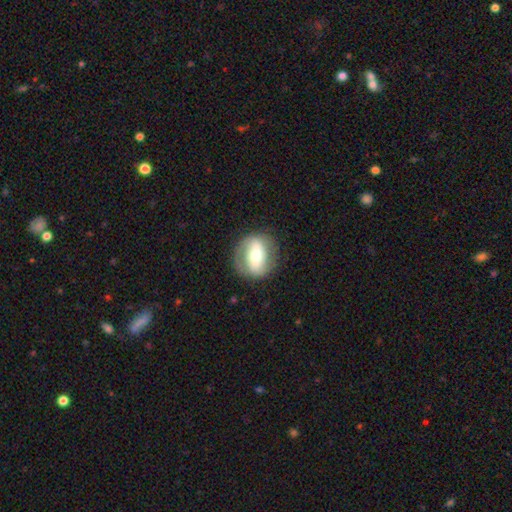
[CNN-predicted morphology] Smooth or featured? Predicted: featured or disk (p=0.56). Edge-on disk? Predicted: no (p=0.91). Bar? Predicted: strong (p=0.48). Spiral arms? Predicted: no (p=0.50, tied with yes). Bulge size? Predicted: moderate (p=0.62). Merging? Predicted: none (p=0.79).